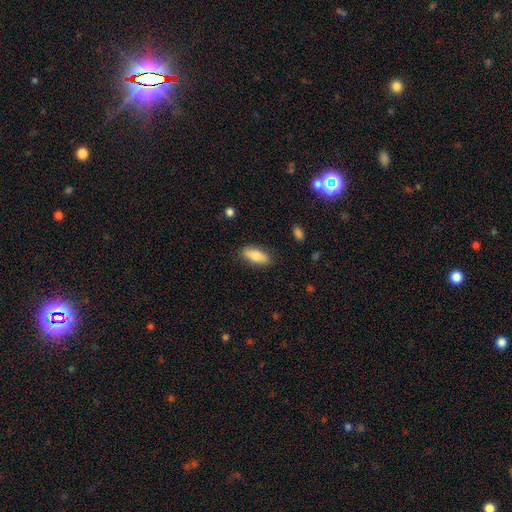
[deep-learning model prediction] Smooth or featured? Predicted: smooth (p=0.79). How rounded? Predicted: in between (p=0.77). Merging? Predicted: none (p=0.85).